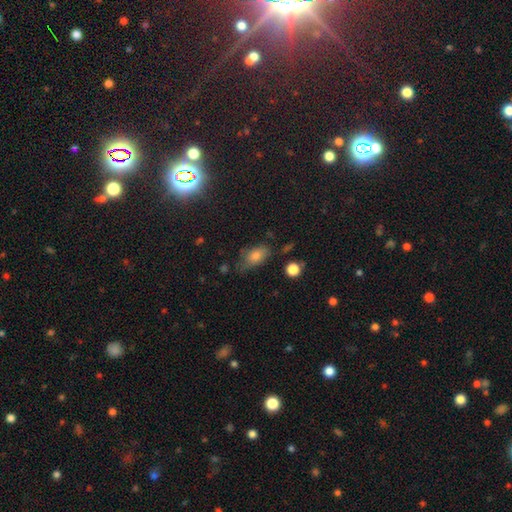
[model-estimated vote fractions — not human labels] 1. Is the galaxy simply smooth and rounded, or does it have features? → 71% smooth, 16% star or artifact, 13% featured or disk.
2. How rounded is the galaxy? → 82% in between, 12% round, 6% cigar-shaped.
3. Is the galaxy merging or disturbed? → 62% none, 27% minor disturbance, 8% major disturbance, 3% merger.